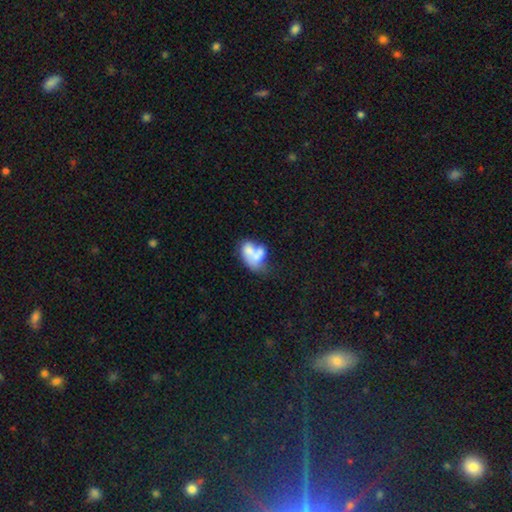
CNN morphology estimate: This is possibly a smooth galaxy (57%). How rounded: likely in between (80%). Merging: likely merger (61%).